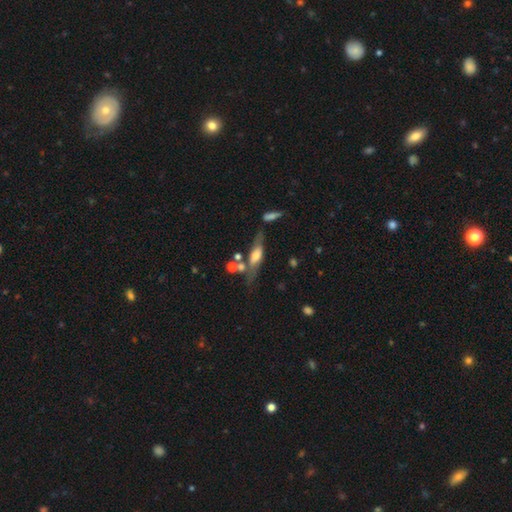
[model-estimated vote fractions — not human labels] This appears to be a featured or disk galaxy (51%) viewed edge-on (67%). Merging: none (51%).